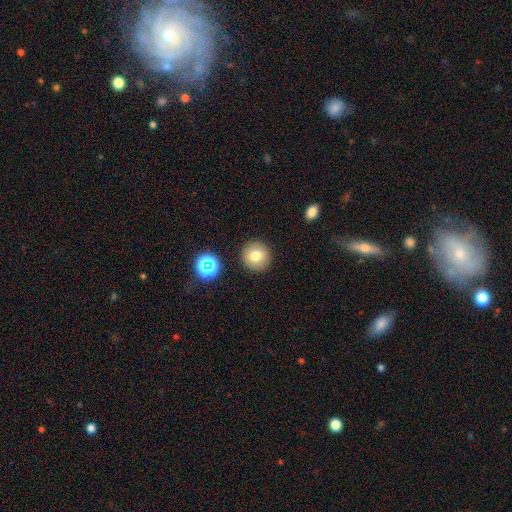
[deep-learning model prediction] Smooth or featured: smooth — 77% (star or artifact — 12%)
How rounded: round — 94% (in between — 5%)
Merging: none — 90% (minor disturbance — 6%)